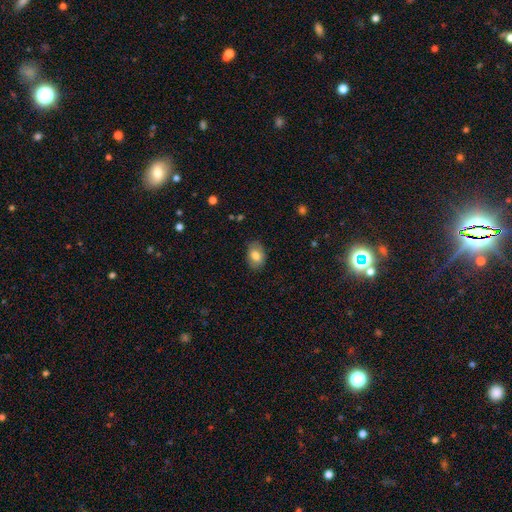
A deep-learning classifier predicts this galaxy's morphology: This appears to be a smooth galaxy with no disk features (77%) that is in between round and cigar-shaped (85%). Merging: none (82%).